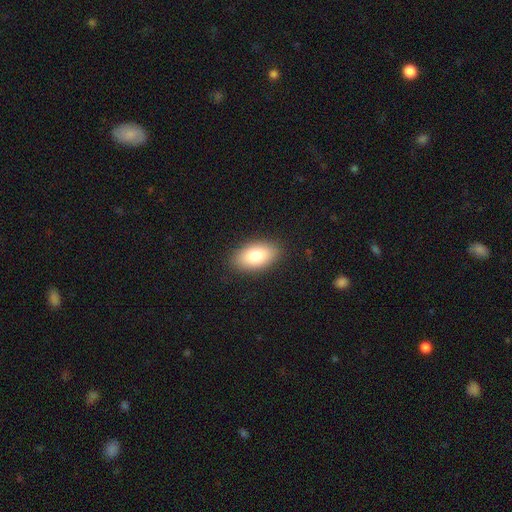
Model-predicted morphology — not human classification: A smooth galaxy with no disk features (80%) that is in between round and cigar-shaped (92%).

Vote fractions:
- Smooth or featured? smooth: 80% / featured or disk: 13% / star or artifact: 8%
- How rounded? in between: 92% / round: 5% / cigar-shaped: 2%
- Merging? none: 88% / minor disturbance: 9% / major disturbance: 2% / merger: 1%